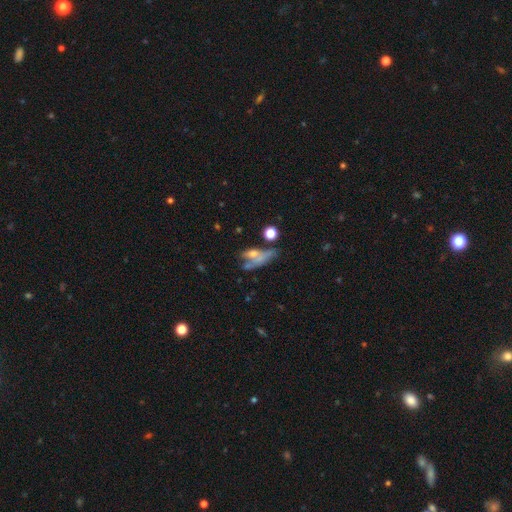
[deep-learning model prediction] Smooth or featured? Predicted: smooth (p=0.53). How rounded? Predicted: in between (p=0.56). Merging? Predicted: none (p=0.30).